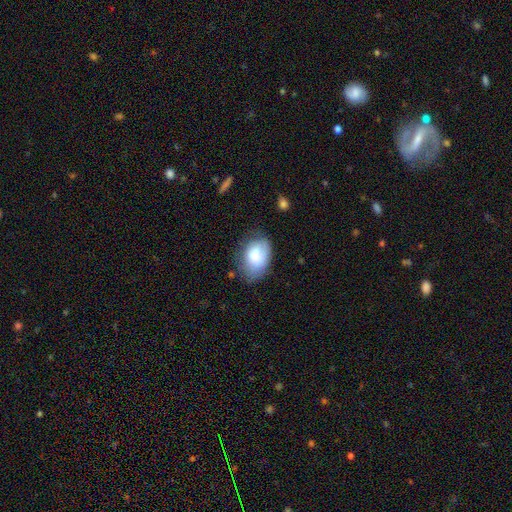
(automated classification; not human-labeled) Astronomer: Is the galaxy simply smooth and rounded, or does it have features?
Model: smooth — 79%.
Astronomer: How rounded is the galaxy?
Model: in between — 85%.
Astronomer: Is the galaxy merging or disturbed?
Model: none — 55% (runner-up: minor disturbance, 31%).